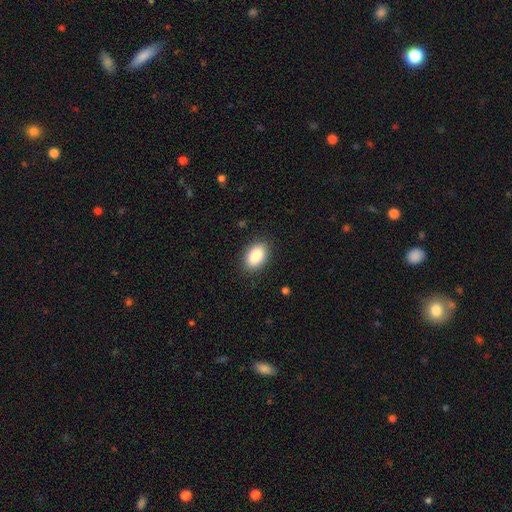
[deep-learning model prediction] The model was most divided on "how rounded": in between: 88%, round: 11%, cigar-shaped: 1%. More confident: merging — none (88%); smooth or featured — smooth (87%).